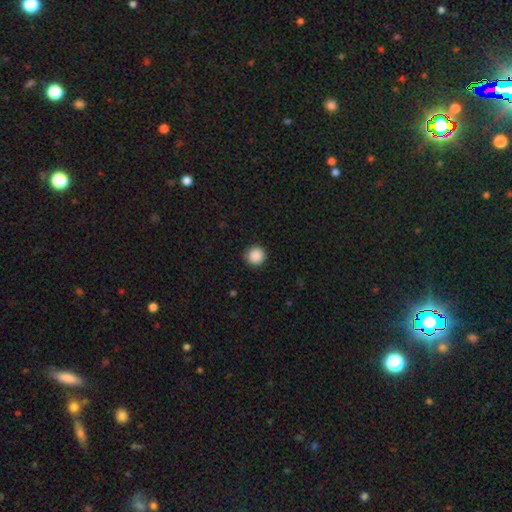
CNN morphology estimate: This appears to be a smooth galaxy with no disk features (89%) that is round (96%). Merging: none (91%).